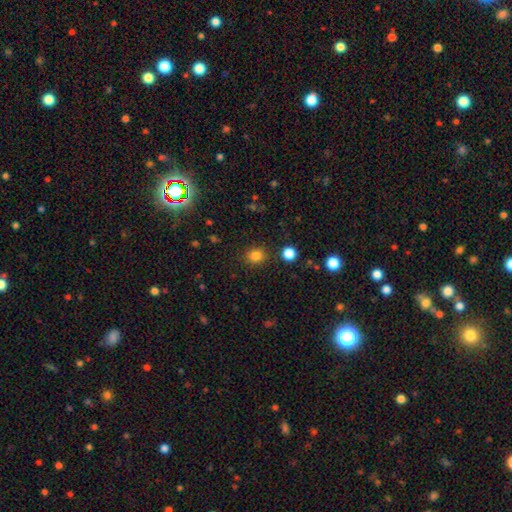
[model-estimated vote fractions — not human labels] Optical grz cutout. It shows a smooth galaxy with no disk features (82%) that is round (75%). Merging: none (86%).